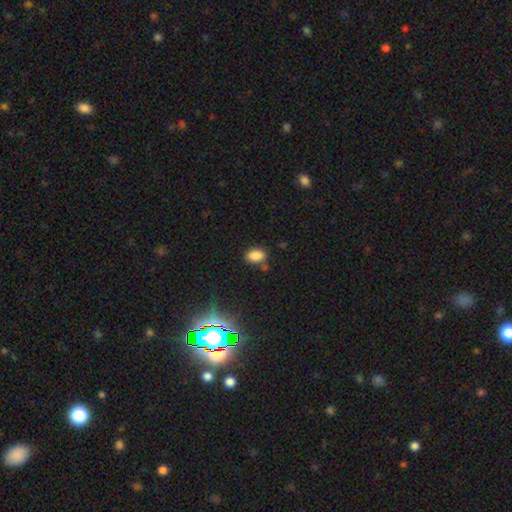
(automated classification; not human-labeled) Morphology: type=smooth (83%); roundness=in between (84%); merging=none (79%).